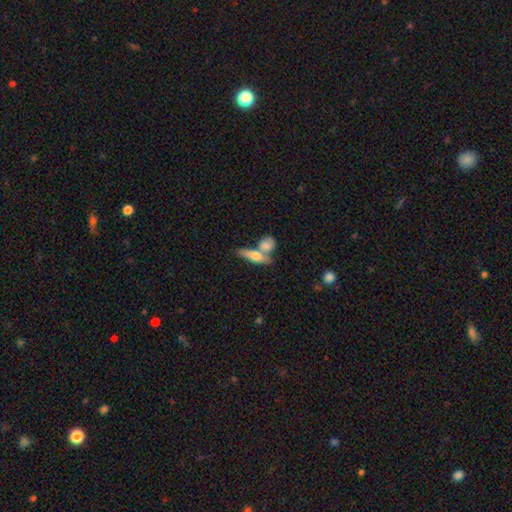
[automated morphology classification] This is possibly a smooth galaxy (58%). How rounded: possibly cigar-shaped (47%). Merging: marginally merger (44%).